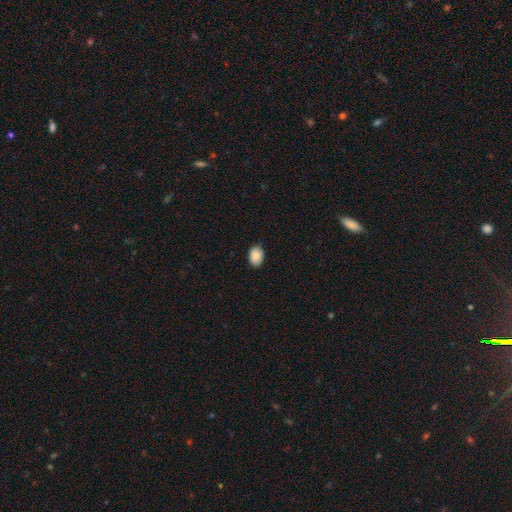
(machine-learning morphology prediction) smooth 89%, star or artifact 7%, featured or disk 4%. Down the decision tree: how rounded — in between (79%); merging — none (85%).